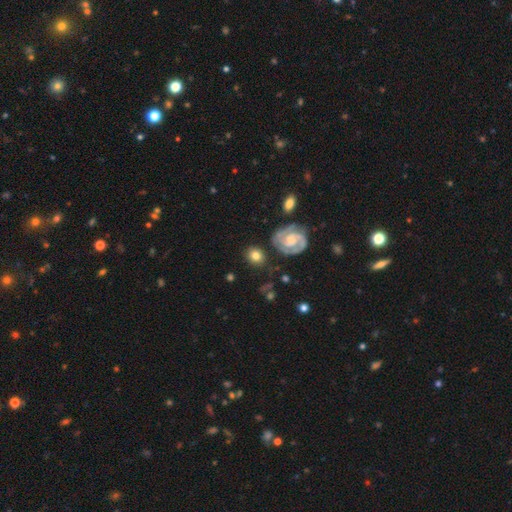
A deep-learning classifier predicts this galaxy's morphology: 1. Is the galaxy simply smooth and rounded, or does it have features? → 58% smooth, 34% featured or disk, 8% star or artifact.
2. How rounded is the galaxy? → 70% round, 29% in between, 2% cigar-shaped.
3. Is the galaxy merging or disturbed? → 77% none, 13% minor disturbance, 5% merger, 5% major disturbance.